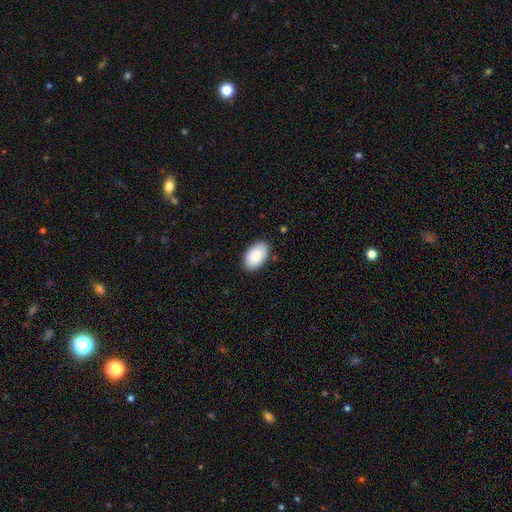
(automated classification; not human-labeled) Smooth or featured: smooth — 88% (featured or disk — 6%)
How rounded: in between — 95% (round — 4%)
Merging: none — 88% (minor disturbance — 9%)